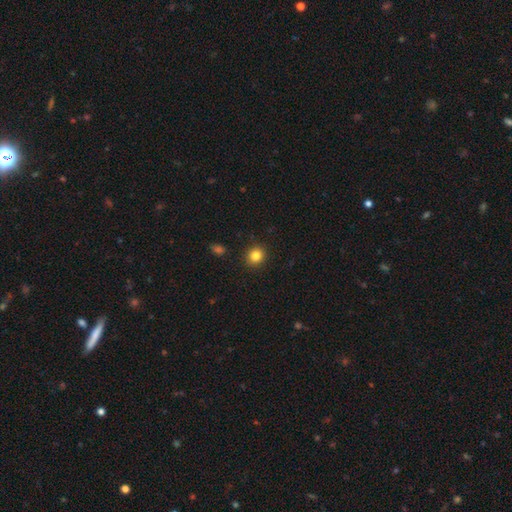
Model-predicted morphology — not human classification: smooth-or-featured: smooth: 83% | star or artifact: 11% | featured or disk: 5%
  how-rounded: round: 85% | in between: 14% | cigar-shaped: 1%
  merging: none: 91% | minor disturbance: 6% | major disturbance: 2% | merger: 1%